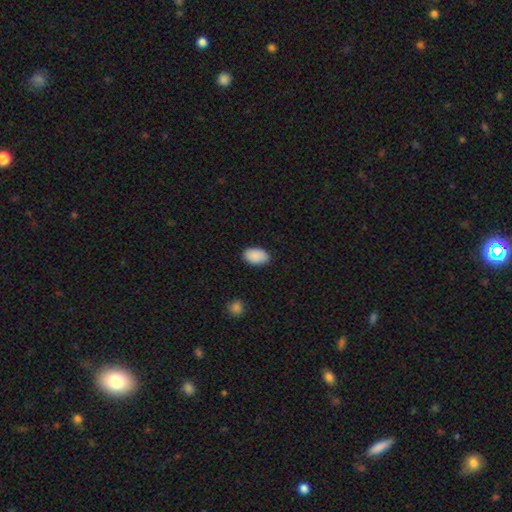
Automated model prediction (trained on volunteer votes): Q: Smooth or featured?
A: smooth (90%); runner-up: star or artifact (7%)
Q: How rounded?
A: in between (93%); runner-up: round (5%)
Q: Merging?
A: none (86%); runner-up: minor disturbance (11%)